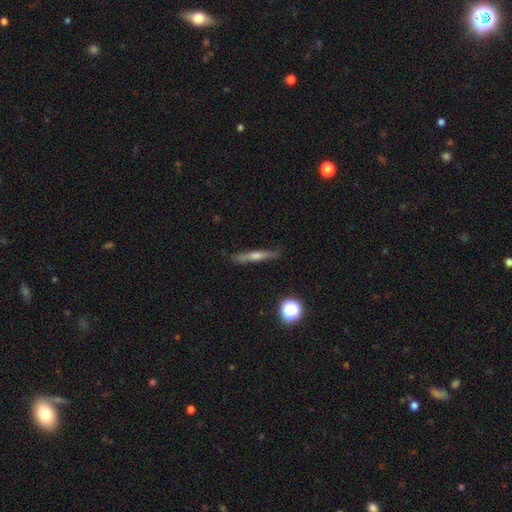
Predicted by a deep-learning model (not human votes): Smooth or featured: featured or disk — 59% (smooth — 32%)
Edge-on disk: yes — 95% (no — 5%)
Edge-on bulge: rounded — 76% (none — 18%)
Merging: none — 88% (minor disturbance — 9%)